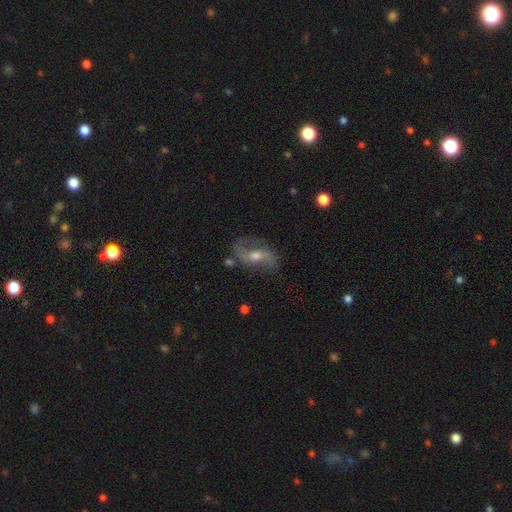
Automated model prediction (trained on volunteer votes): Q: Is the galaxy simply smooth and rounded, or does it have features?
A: featured or disk — 83%.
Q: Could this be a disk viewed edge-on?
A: no — 95%.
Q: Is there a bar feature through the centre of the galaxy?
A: weak — 42%.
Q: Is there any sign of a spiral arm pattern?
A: yes — 93%.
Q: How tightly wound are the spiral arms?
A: loose — 55%.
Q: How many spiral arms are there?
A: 2 — 90%.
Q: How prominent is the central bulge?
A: moderate — 63%.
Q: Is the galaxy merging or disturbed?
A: none — 72%.